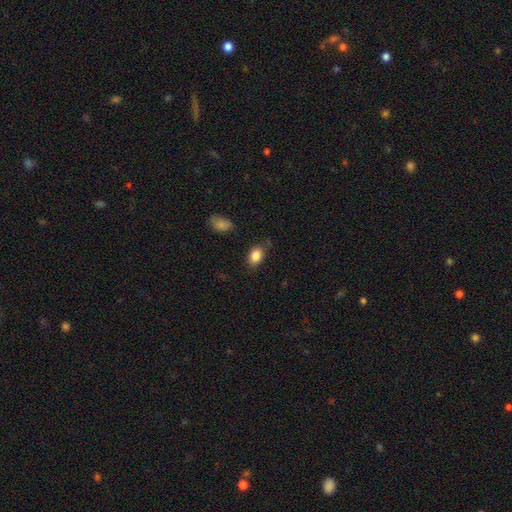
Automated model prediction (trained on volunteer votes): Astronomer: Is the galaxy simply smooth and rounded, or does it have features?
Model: smooth — 86%.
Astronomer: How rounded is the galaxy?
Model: in between — 81%.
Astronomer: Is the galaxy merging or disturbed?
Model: none — 76%.